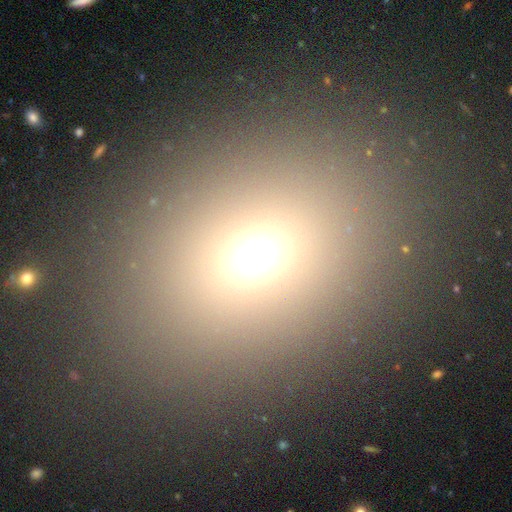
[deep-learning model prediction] This appears to be a smooth galaxy with no disk features (67%) that is in between round and cigar-shaped (53%). Merging: none (85%).